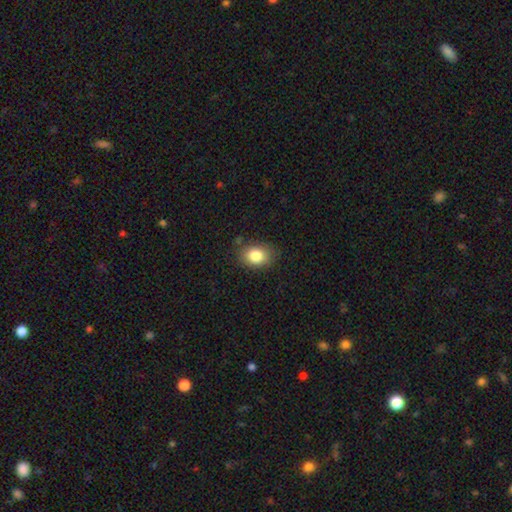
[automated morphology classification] This is clearly a smooth galaxy (84%). How rounded: likely in between (66%). Merging: clearly none (82%).